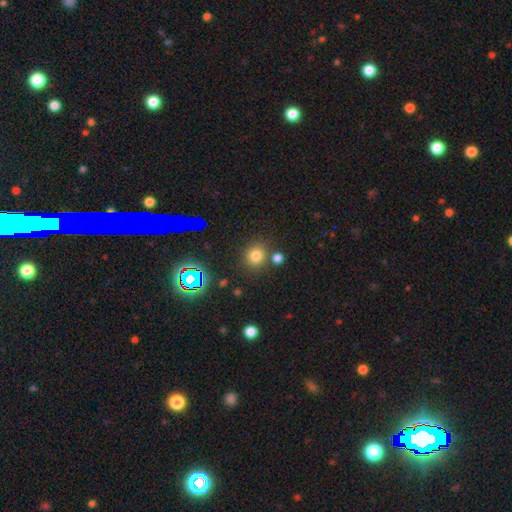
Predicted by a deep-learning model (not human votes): A smooth galaxy with no disk features (74%) that is round (85%).

Vote fractions:
- Smooth or featured? smooth: 74% / star or artifact: 20% / featured or disk: 6%
- How rounded? round: 85% / in between: 14% / cigar-shaped: 1%
- Merging? none: 79% / merger: 10% / minor disturbance: 8% / major disturbance: 3%